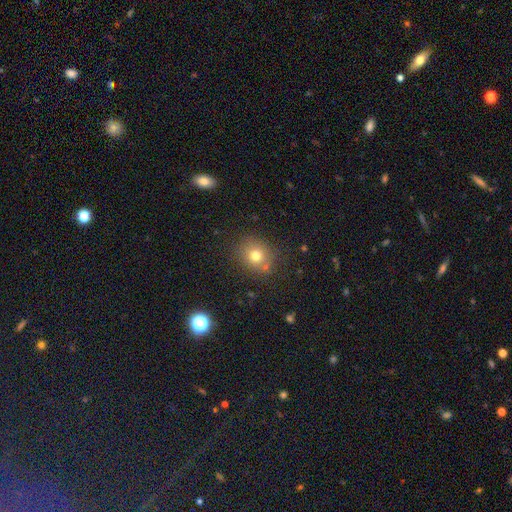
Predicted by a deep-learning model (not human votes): smooth_or_featured: smooth (p=0.74) [alt: star or artifact p=0.15]
how_rounded: round (p=0.73) [alt: in between p=0.26]
merging: none (p=0.79) [alt: minor disturbance p=0.11]